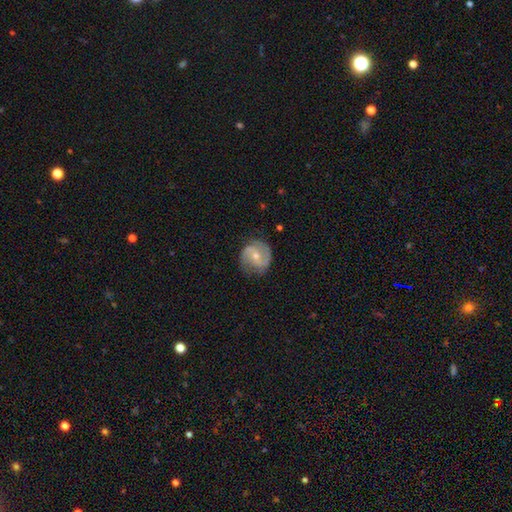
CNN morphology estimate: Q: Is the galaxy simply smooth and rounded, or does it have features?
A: featured or disk — 78%.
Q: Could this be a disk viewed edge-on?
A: no — 98%.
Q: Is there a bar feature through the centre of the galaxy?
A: weak — 44%.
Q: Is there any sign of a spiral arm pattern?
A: yes — 94%.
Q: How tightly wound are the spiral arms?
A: medium — 50%.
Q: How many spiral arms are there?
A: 2 — 85%.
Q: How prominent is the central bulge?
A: moderate — 54%.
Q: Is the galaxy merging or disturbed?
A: none — 75%.